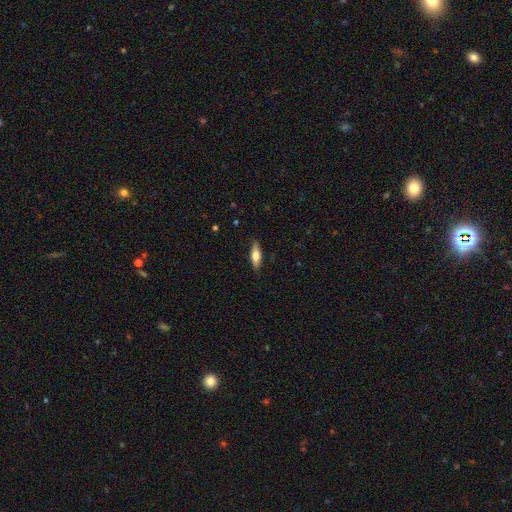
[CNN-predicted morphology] Smooth or featured? smooth (53%)
How rounded? cigar-shaped (53%)
Merging? none (87%)